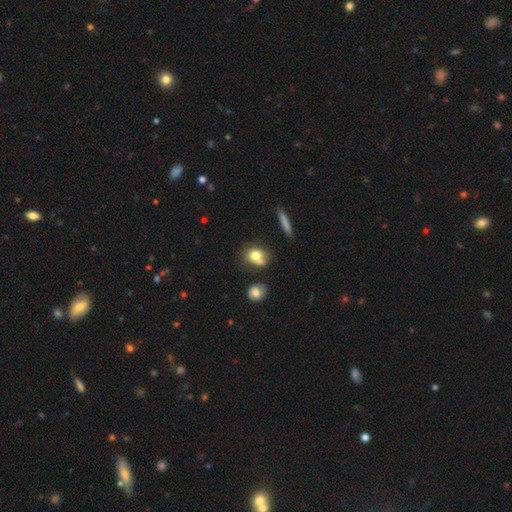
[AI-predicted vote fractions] A smooth galaxy with no disk features (74%) that is round (54%). Merging: none (48%).